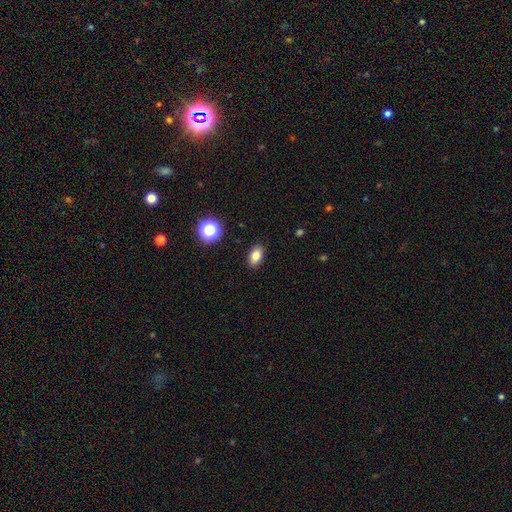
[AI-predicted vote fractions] The model was most divided on "smooth or featured": smooth: 82%, star or artifact: 11%, featured or disk: 8%. More confident: merging — none (89%); how rounded — in between (88%).